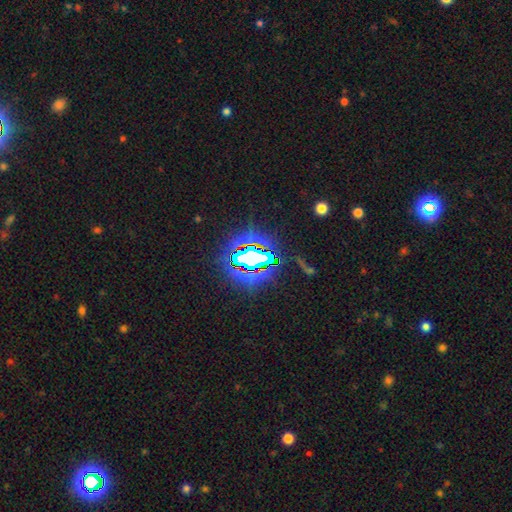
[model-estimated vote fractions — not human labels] This appears to be a star or artifact, not a galaxy (71%).